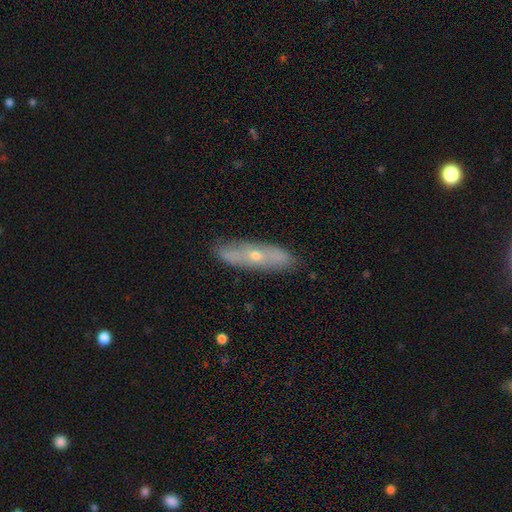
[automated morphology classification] This appears to be a featured or disk galaxy (54%) viewed edge-on (52%). Merging: none (83%).